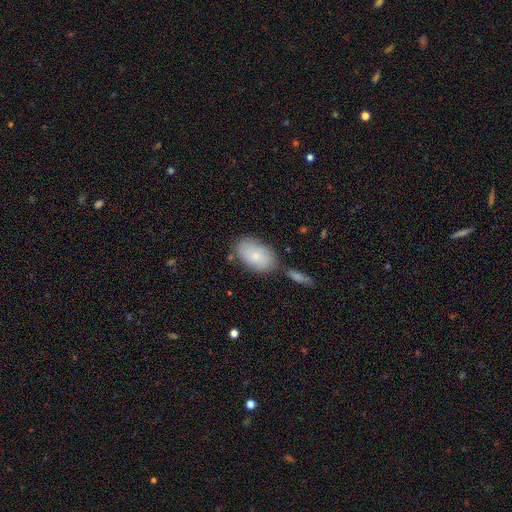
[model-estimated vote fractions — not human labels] A smooth galaxy with no disk features (77%) that is in between round and cigar-shaped (92%). Merging: none (65%).